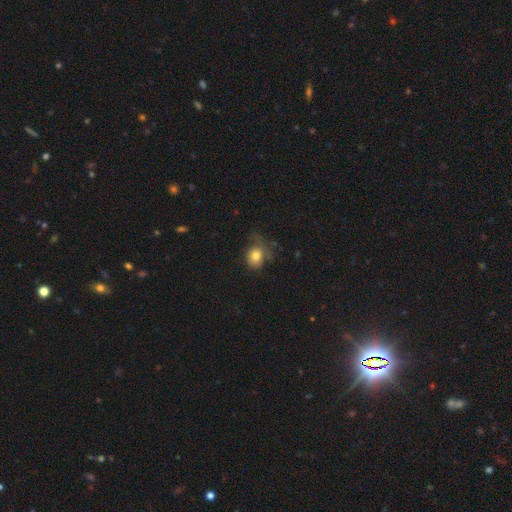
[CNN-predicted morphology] Overall: smooth (78%). How rounded: round (61%; in between 38%). Merging: none (49%; minor disturbance 31%).